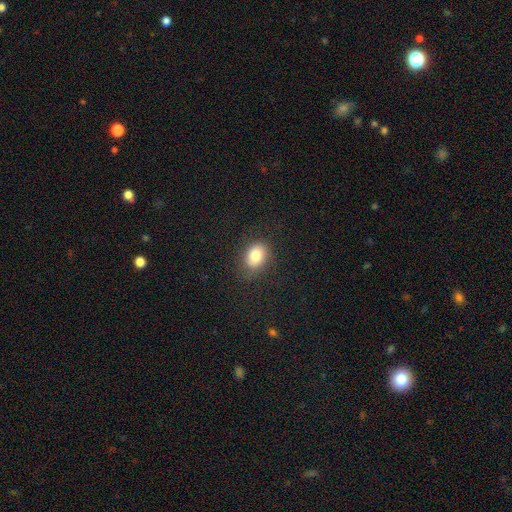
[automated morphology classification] A smooth galaxy with no disk features (80%) that is in between round and cigar-shaped (65%).

Vote fractions:
- Smooth or featured? smooth: 80% / featured or disk: 10% / star or artifact: 10%
- How rounded? in between: 65% / round: 34% / cigar-shaped: 1%
- Merging? none: 80% / minor disturbance: 14% / major disturbance: 5% / merger: 1%